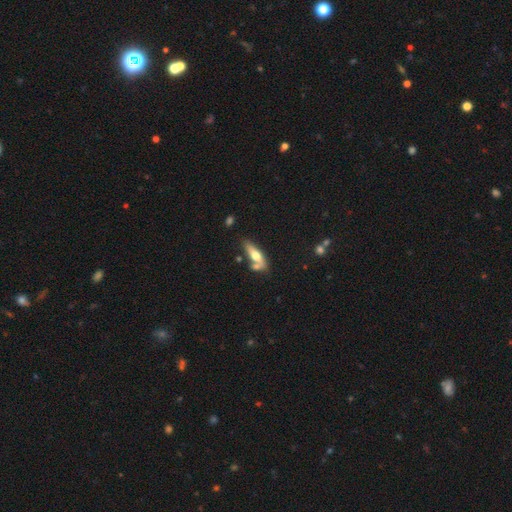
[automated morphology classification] This appears to be a smooth galaxy with no disk features (50%). Merging: none (50%).